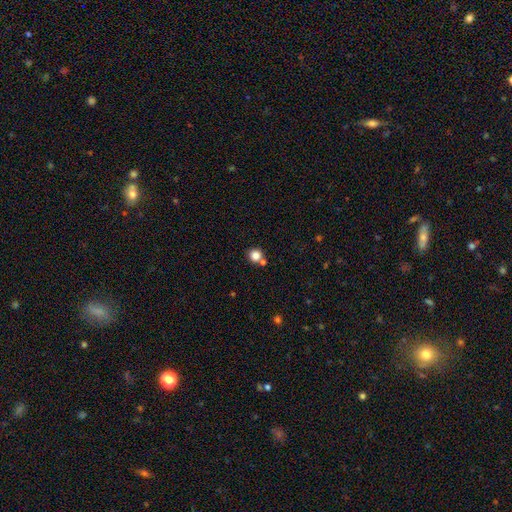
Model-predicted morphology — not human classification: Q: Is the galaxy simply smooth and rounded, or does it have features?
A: smooth — 83%.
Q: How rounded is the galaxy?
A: round — 91%.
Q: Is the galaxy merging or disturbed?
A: none — 70%.